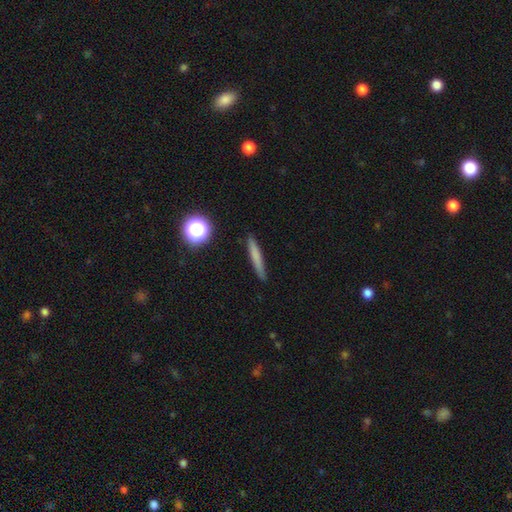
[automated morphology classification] The model was most divided on "smooth or featured": smooth: 67%, featured or disk: 24%, star or artifact: 10%. More confident: how rounded — cigar-shaped (93%); merging — none (88%).